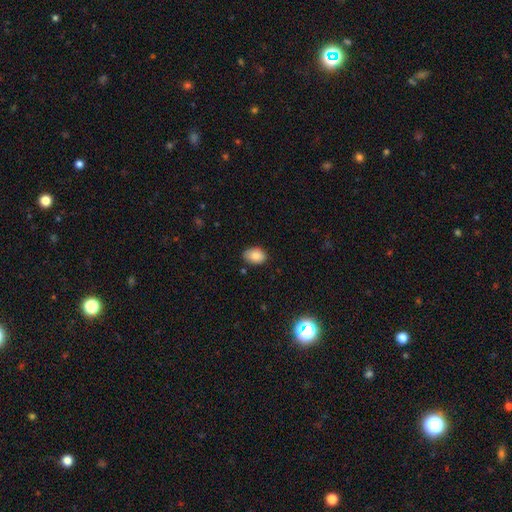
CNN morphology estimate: Smooth or featured?
  - smooth: 86% *
  - star or artifact: 8%
  - featured or disk: 6%
How rounded?
  - in between: 80% *
  - round: 19%
  - cigar-shaped: 1%
Merging?
  - none: 82% *
  - minor disturbance: 14%
  - major disturbance: 2%
  - merger: 2%